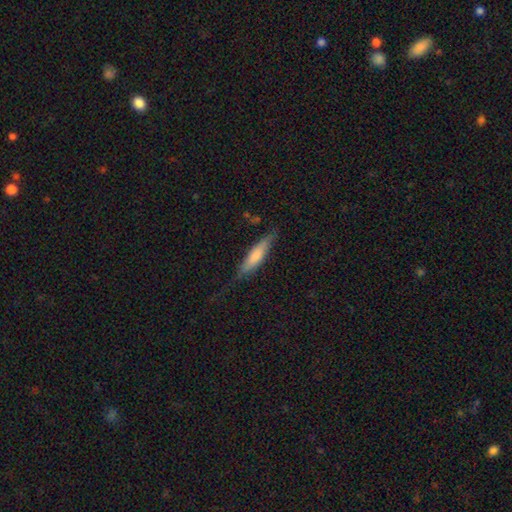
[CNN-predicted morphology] Smooth or featured? Predicted: smooth (p=0.65). How rounded? Predicted: cigar-shaped (p=0.75). Merging? Predicted: none (p=0.66).